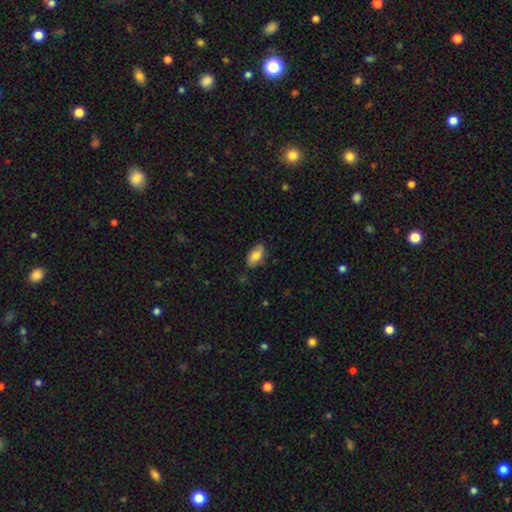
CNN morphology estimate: The model was most divided on "smooth or featured": smooth: 71%, featured or disk: 22%, star or artifact: 7%. More confident: how rounded — in between (92%); merging — none (73%).